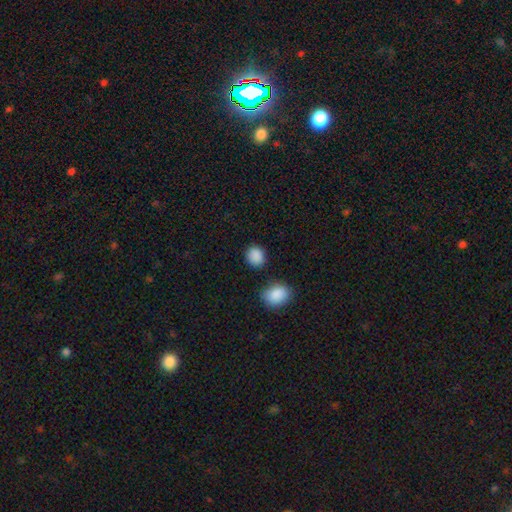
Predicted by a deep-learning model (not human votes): Morphology: type=smooth (89%); roundness=round (73%); merging=none (83%).